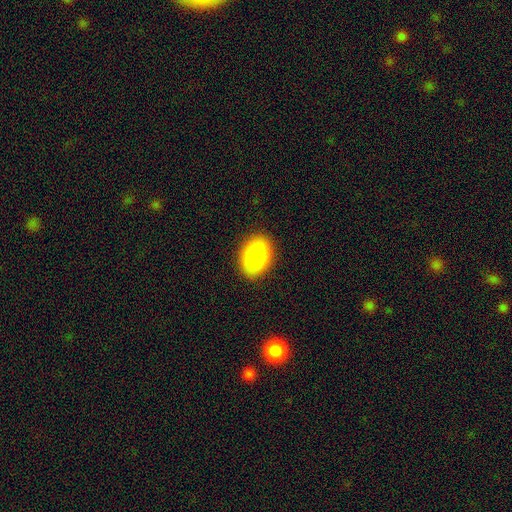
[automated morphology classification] This appears to be a smooth galaxy with no disk features (88%) that is in between round and cigar-shaped (81%). Merging: none (87%).